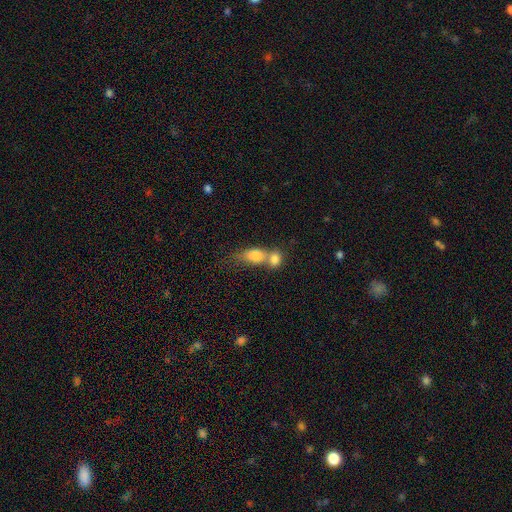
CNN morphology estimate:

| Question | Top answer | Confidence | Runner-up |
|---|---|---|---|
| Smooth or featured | smooth | 78% | featured or disk (14%) |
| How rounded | in between | 64% | round (30%) |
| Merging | merger | 69% | none (20%) |